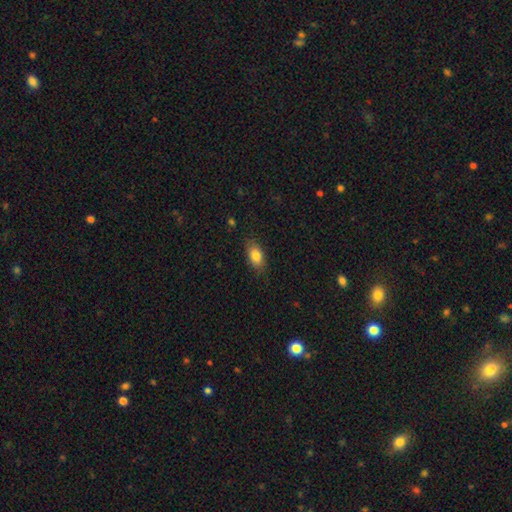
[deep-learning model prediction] smooth_or_featured: smooth (p=0.82) [alt: featured or disk p=0.10]
how_rounded: in between (p=0.88) [alt: round p=0.08]
merging: none (p=0.82) [alt: minor disturbance p=0.14]